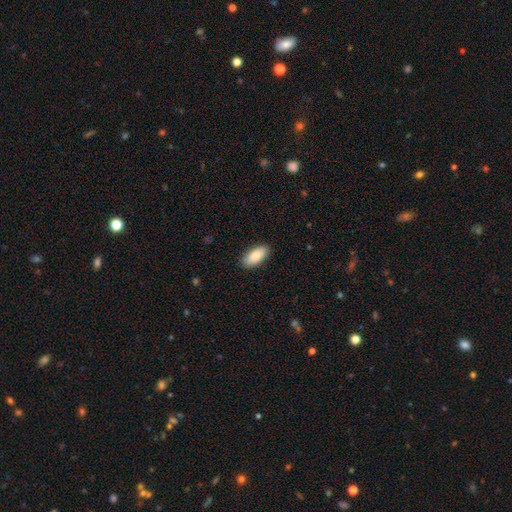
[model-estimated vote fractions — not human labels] A smooth galaxy with no disk features (88%) that is in between round and cigar-shaped (91%). Merging: none (89%).